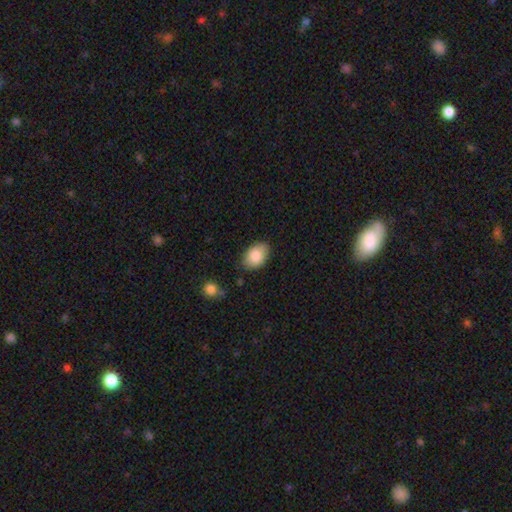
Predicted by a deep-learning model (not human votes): smooth-or-featured: smooth: 86% | featured or disk: 8% | star or artifact: 6%
  how-rounded: in between: 85% | round: 14% | cigar-shaped: 1%
  merging: none: 79% | minor disturbance: 16% | major disturbance: 3% | merger: 2%